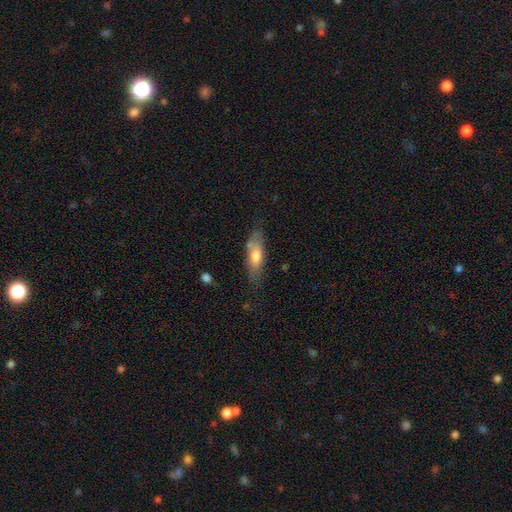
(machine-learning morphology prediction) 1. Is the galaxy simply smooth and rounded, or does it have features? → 64% smooth, 30% featured or disk, 6% star or artifact.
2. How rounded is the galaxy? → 50% in between, 48% cigar-shaped, 2% round.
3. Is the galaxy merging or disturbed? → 68% none, 21% minor disturbance, 6% merger, 5% major disturbance.